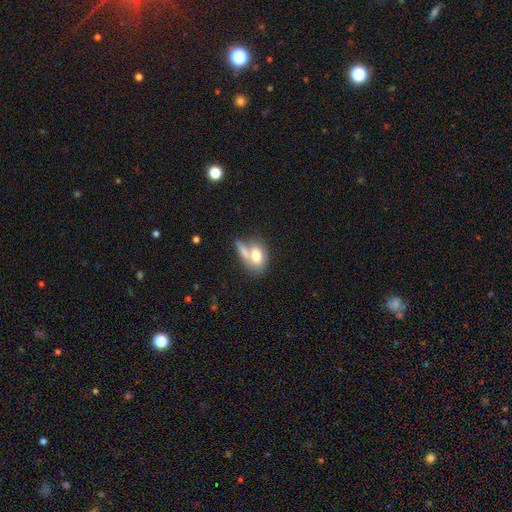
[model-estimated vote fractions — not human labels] Smooth or featured? Predicted: smooth (p=0.72). How rounded? Predicted: in between (p=0.79). Merging? Predicted: merger (p=0.45).